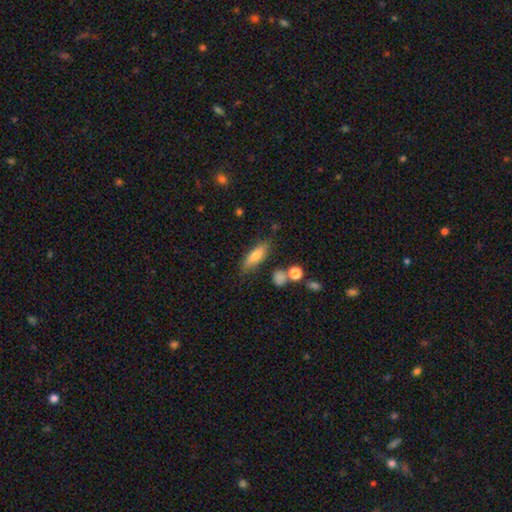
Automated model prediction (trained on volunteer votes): smooth_or_featured: smooth (p=0.69) [alt: featured or disk p=0.23]
how_rounded: in between (p=0.51) [alt: cigar-shaped p=0.45]
merging: none (p=0.75) [alt: minor disturbance p=0.15]